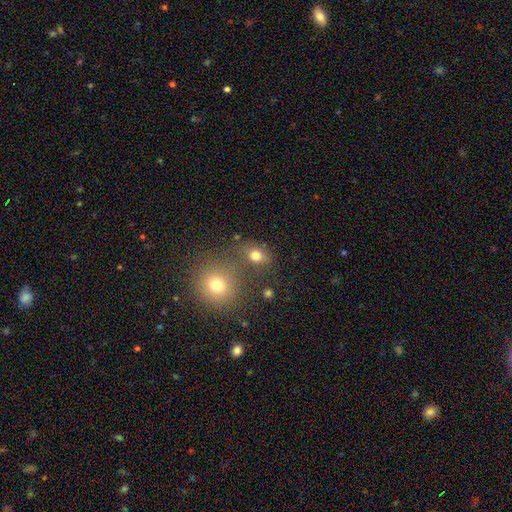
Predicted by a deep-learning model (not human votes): Overall: smooth (75%). How rounded: round (60%; in between 39%). Merging: none (62%).